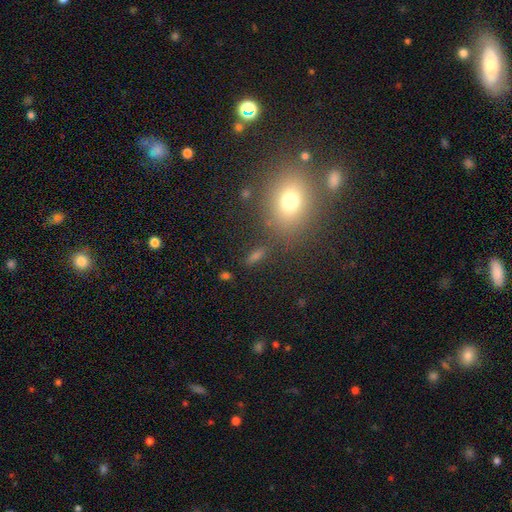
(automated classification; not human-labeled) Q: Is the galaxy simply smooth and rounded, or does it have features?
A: smooth — 65%.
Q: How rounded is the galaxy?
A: in between — 61%.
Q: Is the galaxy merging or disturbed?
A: none — 79%.